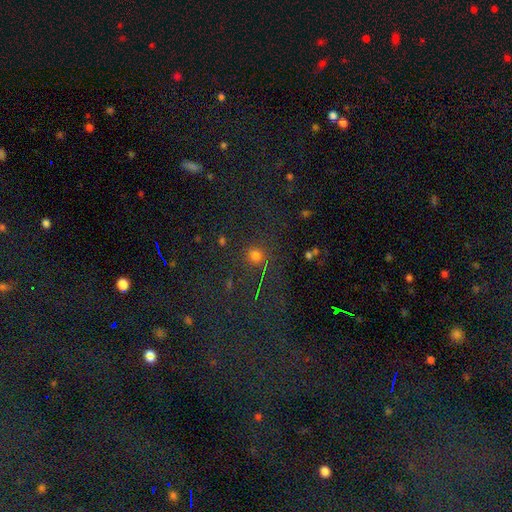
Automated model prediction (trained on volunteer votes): Smooth or featured? Predicted: smooth (p=0.61). How rounded? Predicted: round (p=0.86). Merging? Predicted: none (p=0.79).